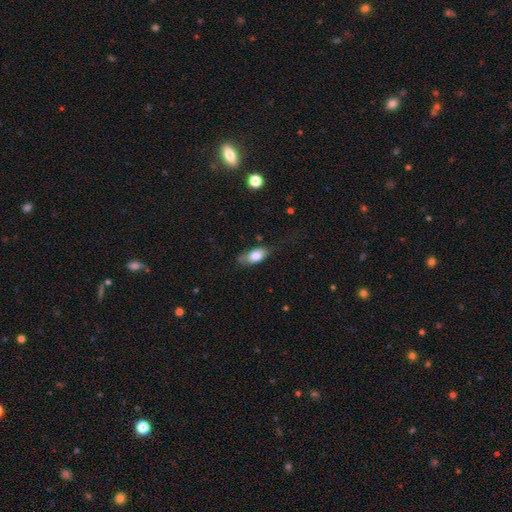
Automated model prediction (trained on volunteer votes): This appears to be a smooth galaxy with no disk features (75%) that is in between round and cigar-shaped (85%). Merging: none (58%).